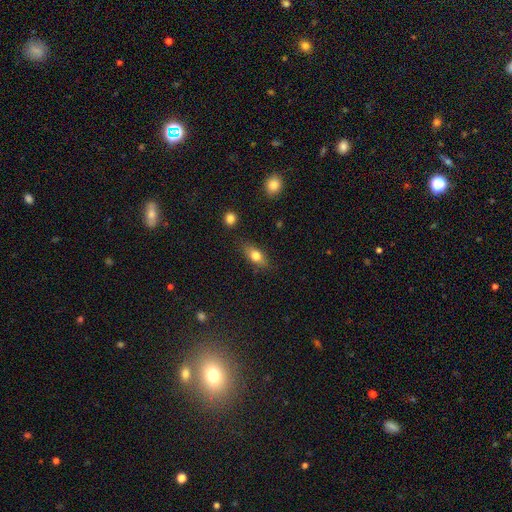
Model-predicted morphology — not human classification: type=smooth (75%); roundness=in between (80%); merging=none (81%).